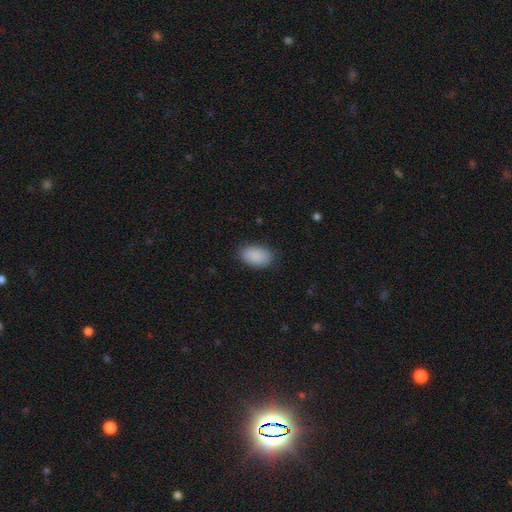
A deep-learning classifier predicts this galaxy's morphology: type=smooth (90%); roundness=in between (92%); merging=none (84%).